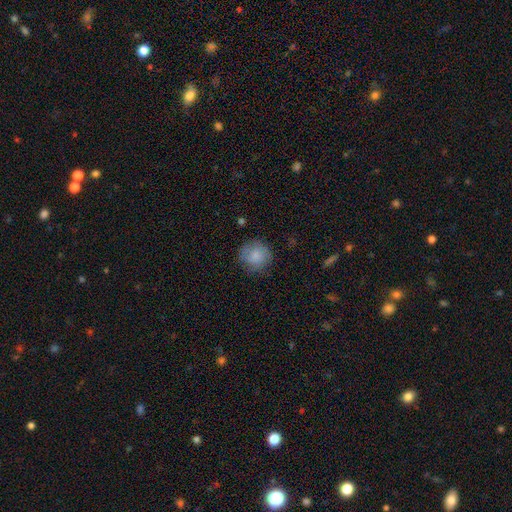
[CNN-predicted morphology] smooth 81%, featured or disk 12%, star or artifact 7%. Down the decision tree: how rounded — round (91%); merging — none (77%).